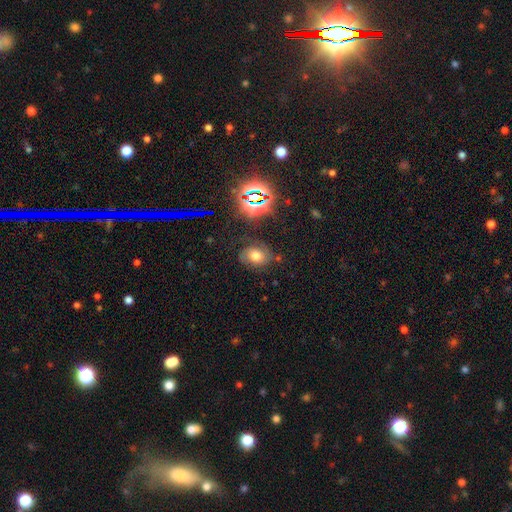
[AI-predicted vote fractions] Smooth or featured? smooth (47%)
Merging? none (67%)